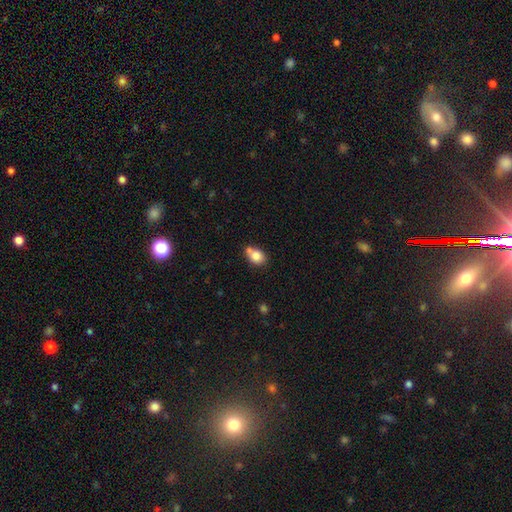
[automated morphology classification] smooth-or-featured: smooth: 81% | featured or disk: 10% | star or artifact: 9%
  how-rounded: in between: 58% | round: 41% | cigar-shaped: 1%
  merging: none: 47% | merger: 32% | minor disturbance: 17% | major disturbance: 5%